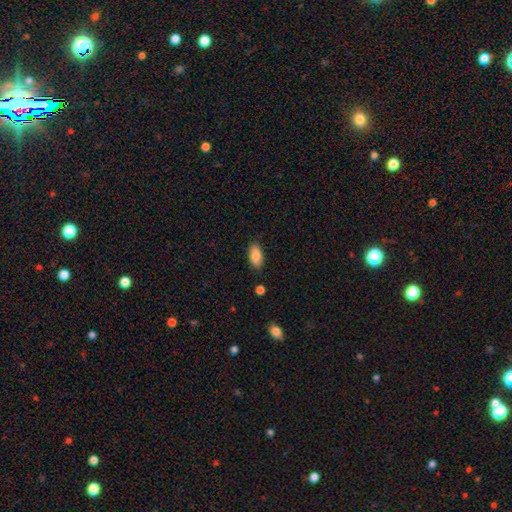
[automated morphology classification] This appears to be a smooth galaxy with no disk features (87%) that is in between round and cigar-shaped (91%). Merging: none (85%).